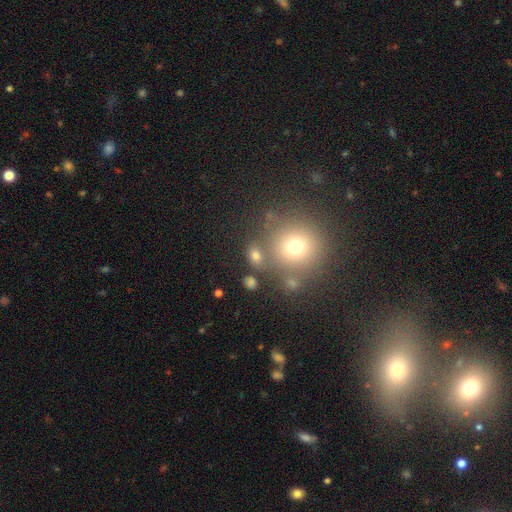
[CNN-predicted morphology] A smooth galaxy with no disk features (72%) that is round (51%).

Vote fractions:
- Smooth or featured? smooth: 72% / star or artifact: 17% / featured or disk: 10%
- How rounded? round: 51% / in between: 47% / cigar-shaped: 2%
- Merging? none: 66% / merger: 16% / minor disturbance: 12% / major disturbance: 6%